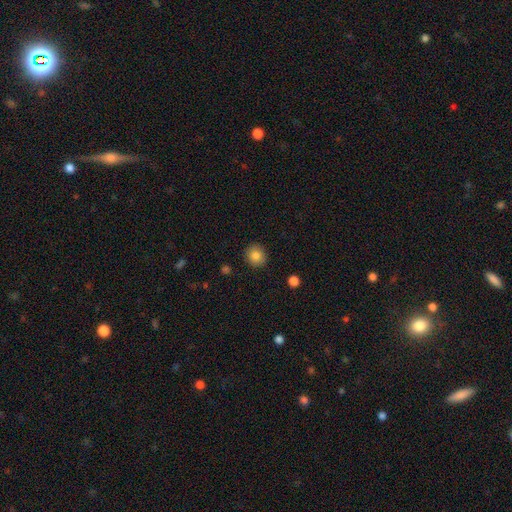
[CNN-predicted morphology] Smooth or featured?
  - smooth: 84% *
  - star or artifact: 10%
  - featured or disk: 6%
How rounded?
  - round: 87% *
  - in between: 12%
  - cigar-shaped: 1%
Merging?
  - none: 90% *
  - minor disturbance: 7%
  - major disturbance: 2%
  - merger: 1%